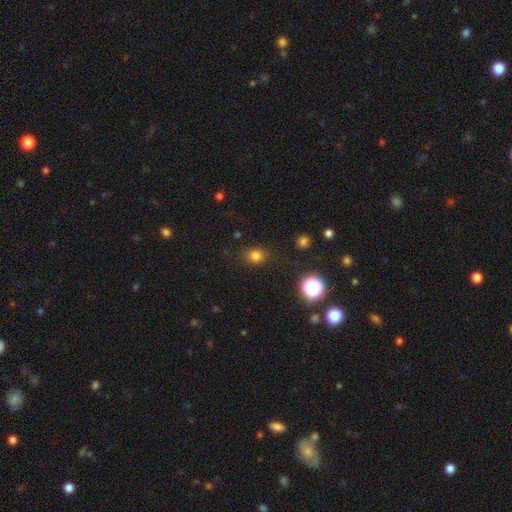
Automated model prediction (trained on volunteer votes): smooth 77%, star or artifact 17%, featured or disk 6%. Down the decision tree: how rounded — round (64%); merging — none (85%).